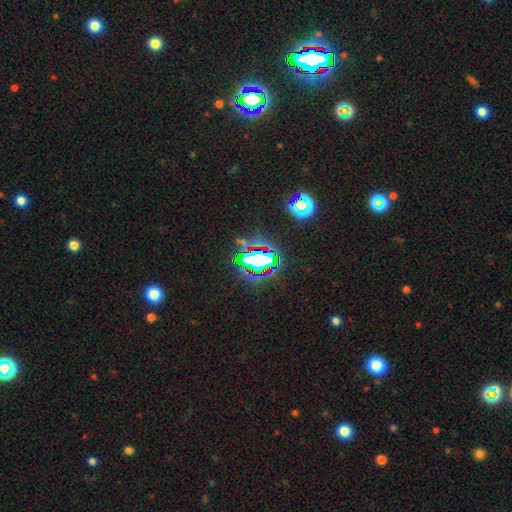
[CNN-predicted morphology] This is likely a star or artifact rather than a galaxy (63%).